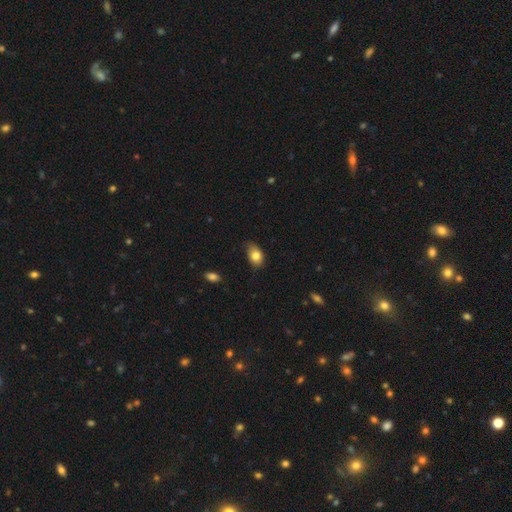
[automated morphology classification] The model was most divided on "merging": none: 67%, minor disturbance: 27%, major disturbance: 4%, merger: 1%. More confident: how rounded — in between (83%); smooth or featured — smooth (81%).